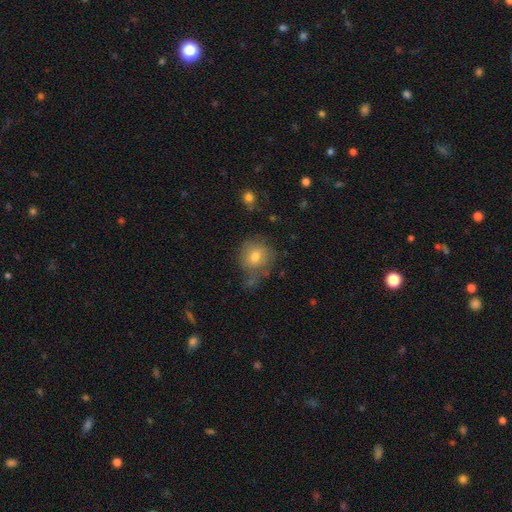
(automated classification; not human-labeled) Smooth or featured? smooth (68%)
How rounded? round (86%)
Merging? none (57%)